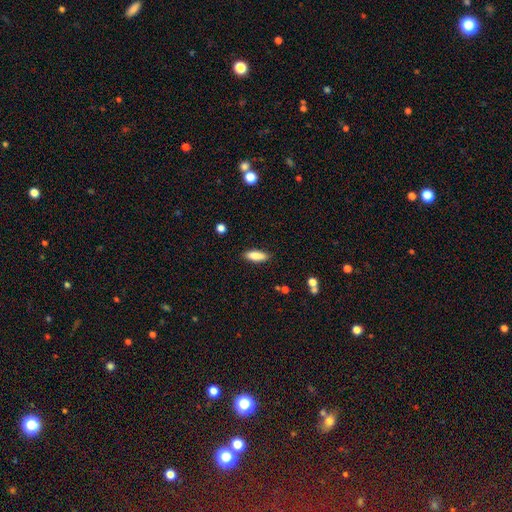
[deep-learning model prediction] This appears to be a smooth galaxy with no disk features (86%) that is in between round and cigar-shaped (62%). Merging: none (88%).